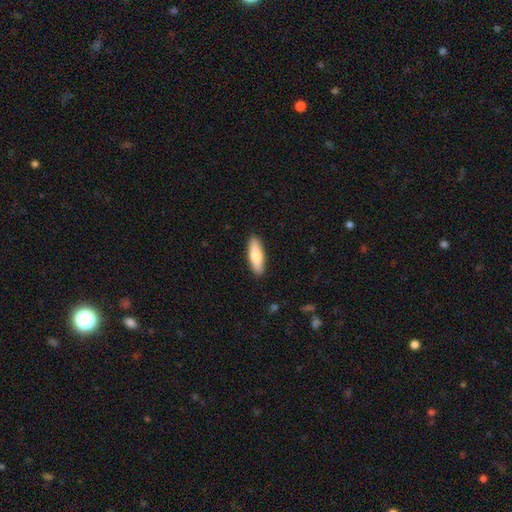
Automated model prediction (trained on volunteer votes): A smooth galaxy with no disk features (76%) that is cigar-shaped (51%). Merging: none (90%).